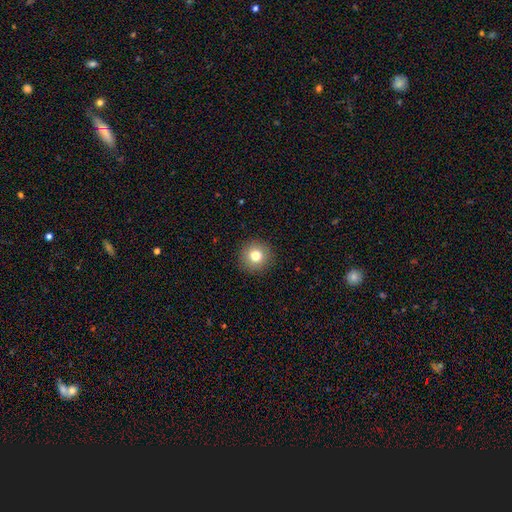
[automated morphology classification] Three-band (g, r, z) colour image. It shows a smooth galaxy with no disk features (79%) that is round (95%). Merging: none (92%).